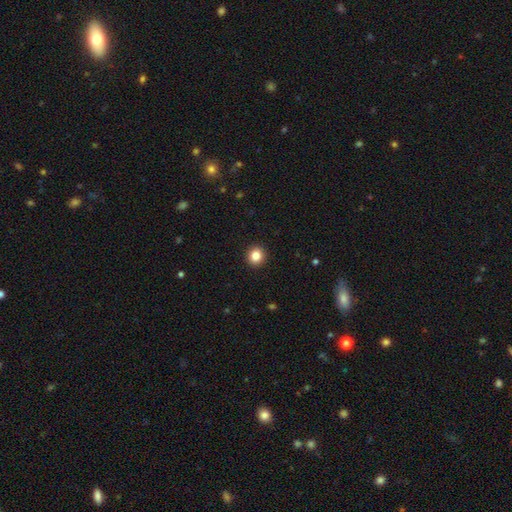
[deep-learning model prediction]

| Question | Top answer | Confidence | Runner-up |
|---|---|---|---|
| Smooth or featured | smooth | 84% | star or artifact (11%) |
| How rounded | round | 88% | in between (11%) |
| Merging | none | 93% | minor disturbance (4%) |